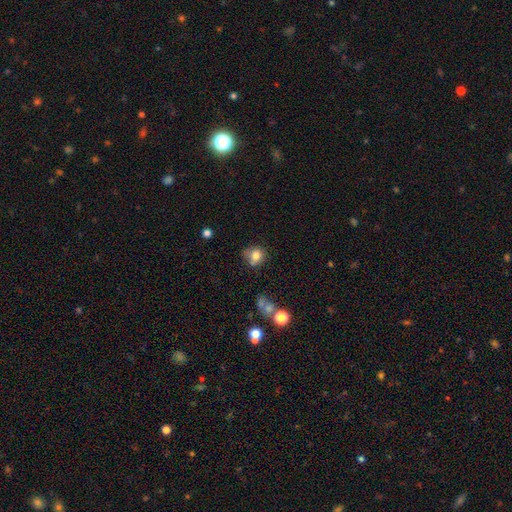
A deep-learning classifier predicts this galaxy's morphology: Overall: smooth (77%). How rounded: round (73%). Merging: none (54%; minor disturbance 26%).